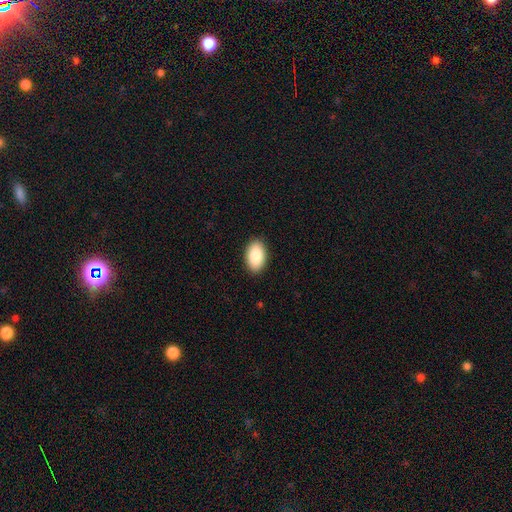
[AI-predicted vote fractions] smooth_or_featured: smooth (p=0.87) [alt: star or artifact p=0.07]
how_rounded: in between (p=0.93) [alt: round p=0.05]
merging: none (p=0.90) [alt: minor disturbance p=0.07]